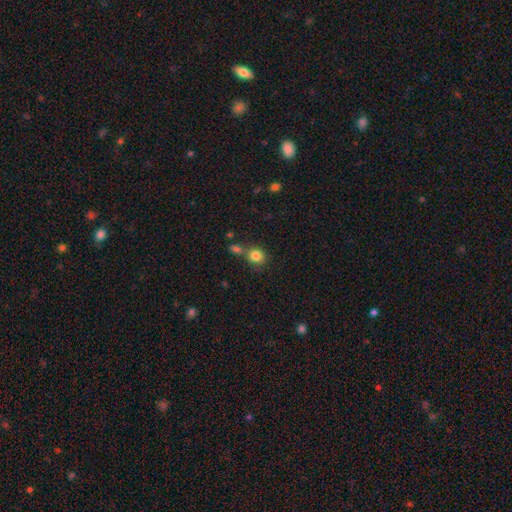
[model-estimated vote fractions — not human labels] Morphology: type=smooth (83%); roundness=round (84%); merging=none (62%).